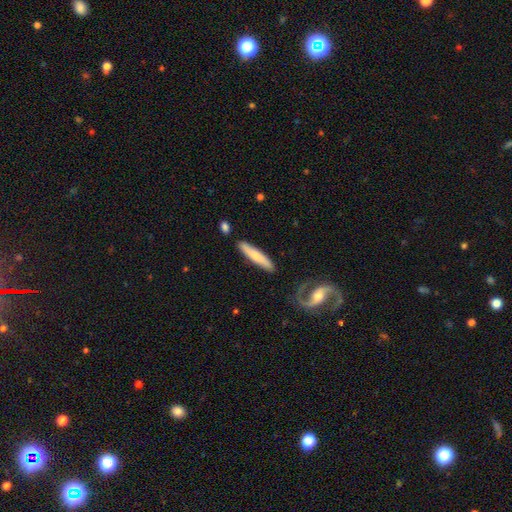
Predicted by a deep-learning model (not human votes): Smooth or featured: smooth — 64% (featured or disk — 31%)
How rounded: cigar-shaped — 90% (in between — 8%)
Merging: none — 84% (minor disturbance — 10%)